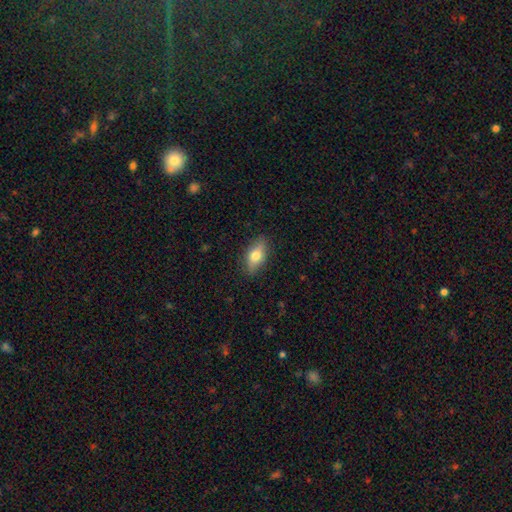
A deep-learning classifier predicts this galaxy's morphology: smooth-or-featured: smooth: 69% | featured or disk: 24% | star or artifact: 7%
  how-rounded: in between: 82% | cigar-shaped: 12% | round: 6%
  merging: none: 86% | minor disturbance: 11% | major disturbance: 2% | merger: 1%